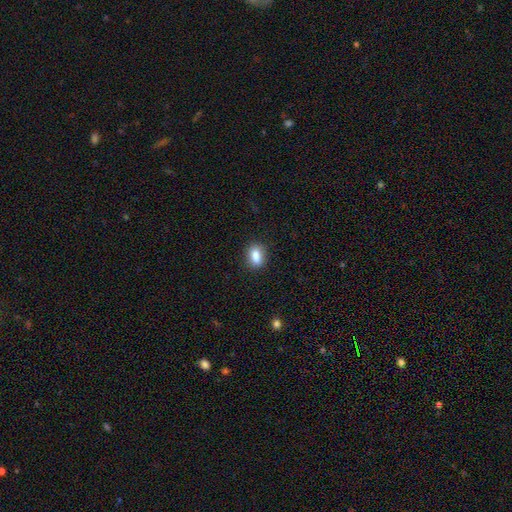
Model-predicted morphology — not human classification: A smooth galaxy with no disk features (86%) that is in between round and cigar-shaped (79%). Merging: none (85%).